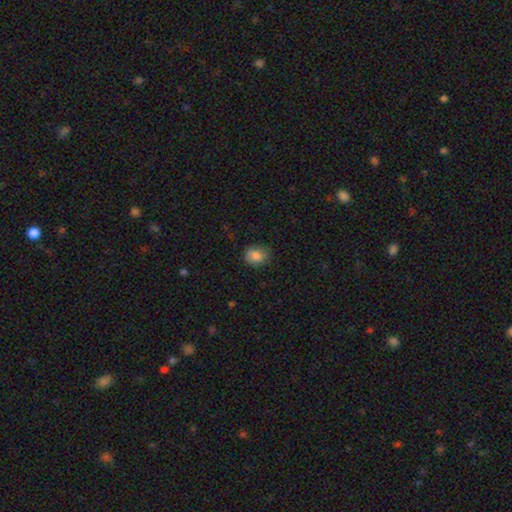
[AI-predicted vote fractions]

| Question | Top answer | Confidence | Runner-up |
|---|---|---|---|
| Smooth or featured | smooth | 85% | star or artifact (9%) |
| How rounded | round | 65% | in between (34%) |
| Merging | none | 80% | minor disturbance (15%) |